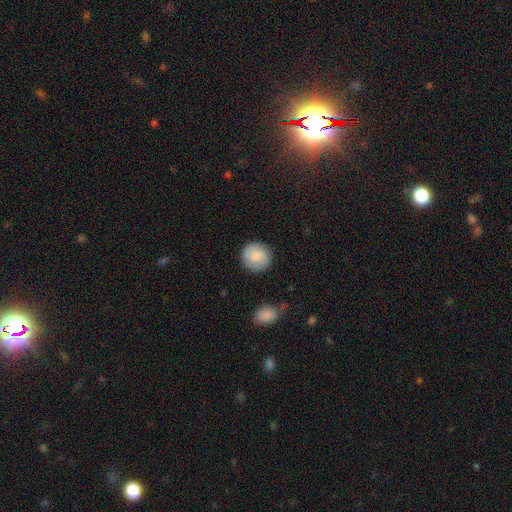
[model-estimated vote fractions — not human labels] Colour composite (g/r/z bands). It shows a smooth galaxy with no disk features (79%) that is round (92%). Merging: none (86%).